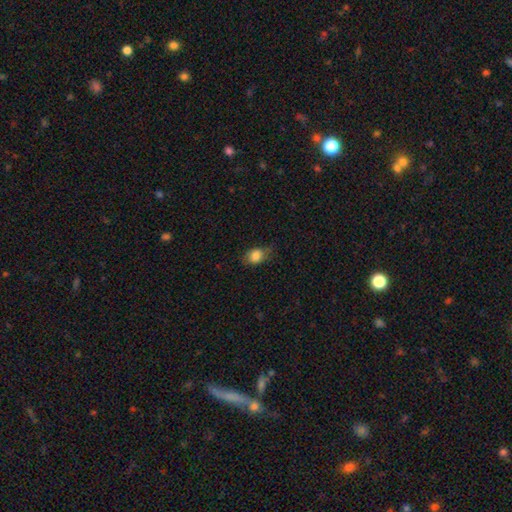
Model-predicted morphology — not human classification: Q: Smooth or featured?
A: smooth (83%); runner-up: star or artifact (9%)
Q: How rounded?
A: in between (68%); runner-up: round (30%)
Q: Merging?
A: none (60%); runner-up: minor disturbance (30%)